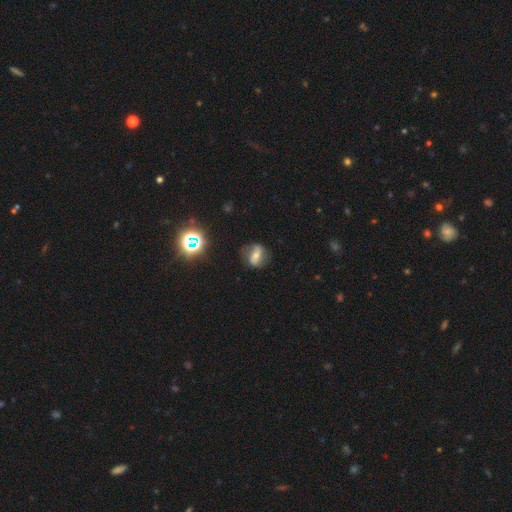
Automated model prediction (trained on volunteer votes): This is possibly a featured or disk galaxy (54%). It is clearly not viewed edge-on (90%). Merging: likely none (76%).